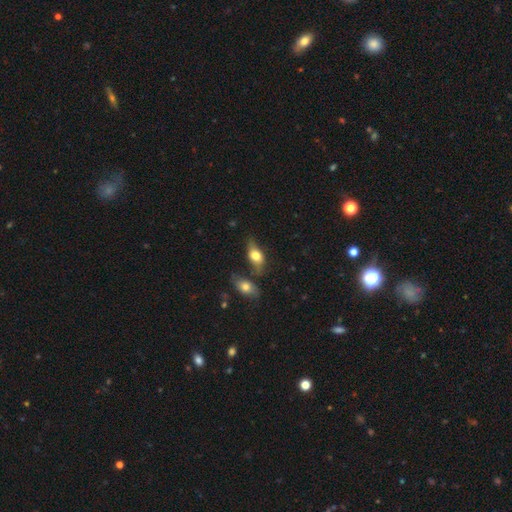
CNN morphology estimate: smooth_or_featured: smooth (p=0.67) [alt: featured or disk p=0.26]
how_rounded: in between (p=0.83) [alt: cigar-shaped p=0.10]
merging: none (p=0.59) [alt: minor disturbance p=0.19]